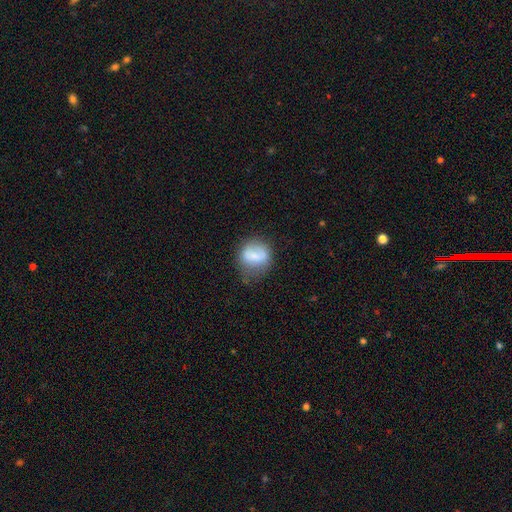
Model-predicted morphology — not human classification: smooth 67%, featured or disk 24%, star or artifact 8%. Down the decision tree: how rounded — round (68%); merging — none (49%).